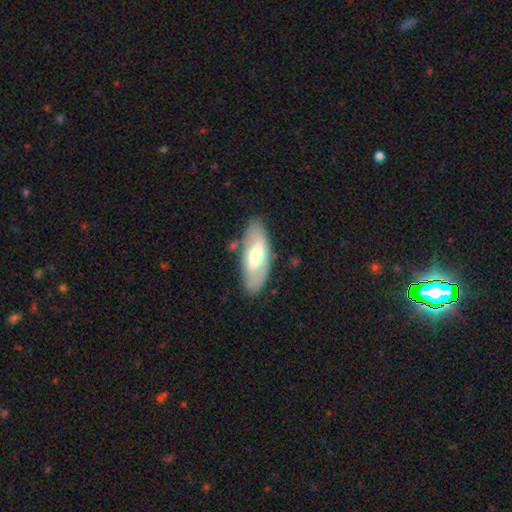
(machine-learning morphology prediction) The model was most divided on "smooth or featured": featured or disk: 50%, smooth: 44%, star or artifact: 6%. More confident: merging — none (78%).